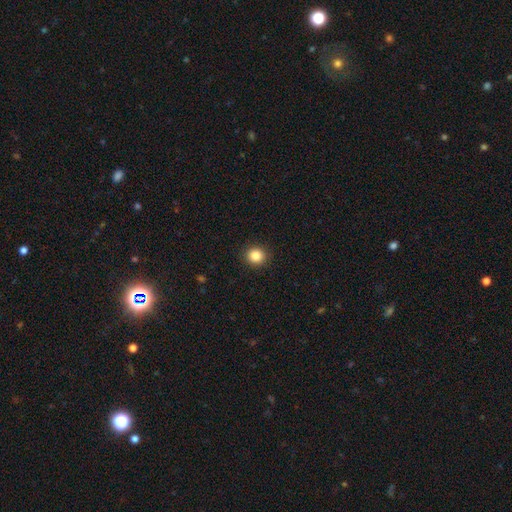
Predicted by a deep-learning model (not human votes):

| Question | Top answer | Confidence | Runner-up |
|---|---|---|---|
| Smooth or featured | smooth | 86% | star or artifact (10%) |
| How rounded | round | 88% | in between (11%) |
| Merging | none | 91% | minor disturbance (6%) |